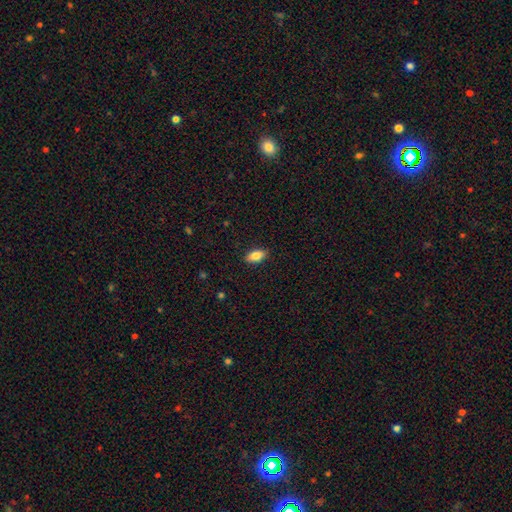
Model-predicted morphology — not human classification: A smooth galaxy with no disk features (85%) that is in between round and cigar-shaped (91%).

Vote fractions:
- Smooth or featured? smooth: 85% / star or artifact: 8% / featured or disk: 7%
- How rounded? in between: 91% / cigar-shaped: 5% / round: 4%
- Merging? none: 89% / minor disturbance: 8% / major disturbance: 2% / merger: 1%